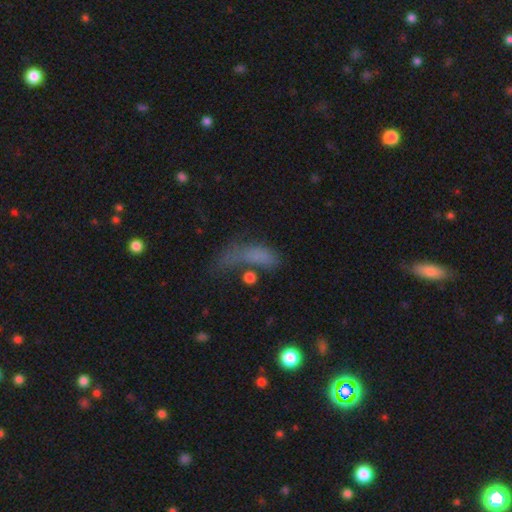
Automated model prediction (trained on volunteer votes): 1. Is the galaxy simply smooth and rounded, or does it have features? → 65% smooth, 19% star or artifact, 16% featured or disk.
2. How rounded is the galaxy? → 59% in between, 33% cigar-shaped, 7% round.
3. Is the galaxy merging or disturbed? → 37% major disturbance, 31% none, 19% minor disturbance, 14% merger.